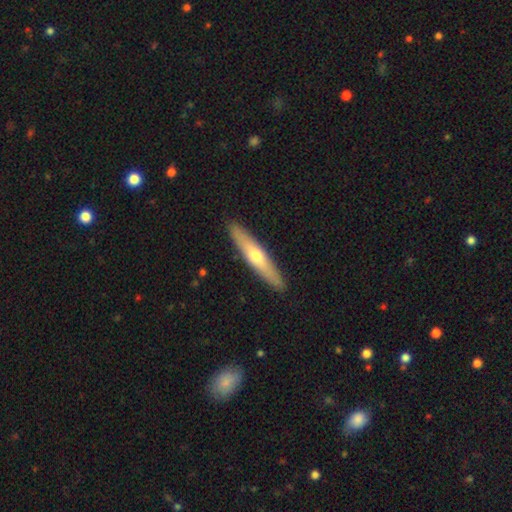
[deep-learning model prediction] The model was most divided on "smooth or featured": featured or disk: 48%, smooth: 47%, star or artifact: 5%. More confident: merging — none (90%).